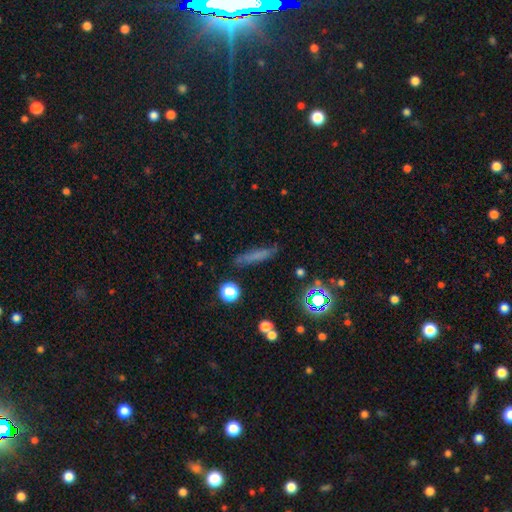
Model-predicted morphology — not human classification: smooth_or_featured: smooth (p=0.61) [alt: featured or disk p=0.22]
how_rounded: cigar-shaped (p=0.86) [alt: in between p=0.10]
merging: none (p=0.80) [alt: minor disturbance p=0.14]